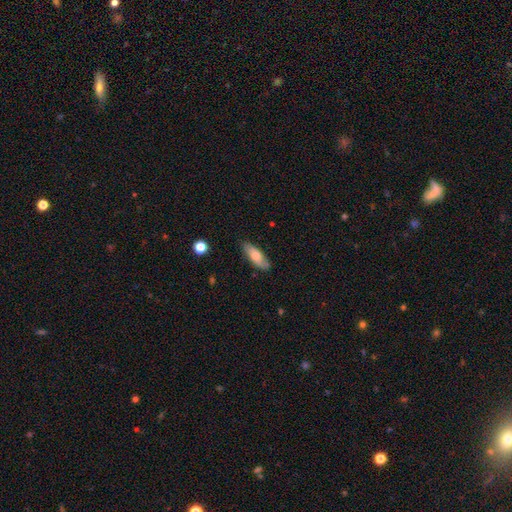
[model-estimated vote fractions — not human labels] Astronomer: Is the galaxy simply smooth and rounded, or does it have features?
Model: smooth — 65%.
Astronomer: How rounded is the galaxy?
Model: in between — 66%.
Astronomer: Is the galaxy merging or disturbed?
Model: none — 78%.